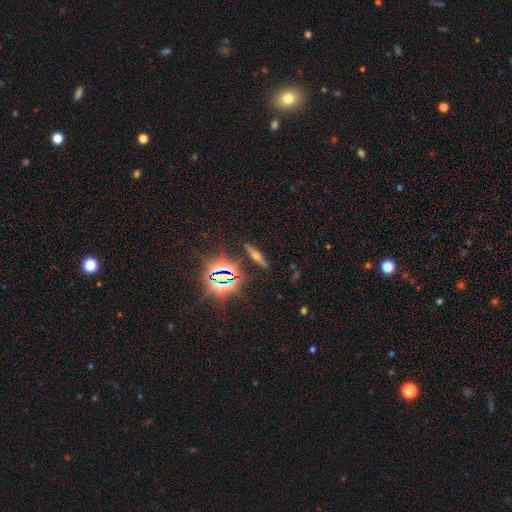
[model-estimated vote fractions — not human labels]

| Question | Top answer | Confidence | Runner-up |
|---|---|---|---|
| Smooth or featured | featured or disk | 43% | star or artifact (33%) |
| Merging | none | 87% | minor disturbance (8%) |